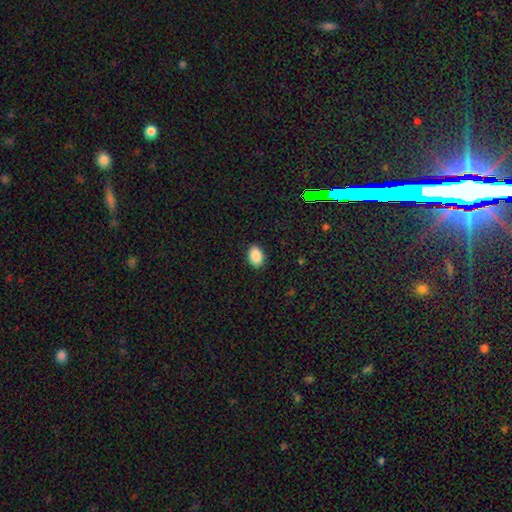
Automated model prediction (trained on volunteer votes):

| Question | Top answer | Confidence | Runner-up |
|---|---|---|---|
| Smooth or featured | smooth | 88% | star or artifact (8%) |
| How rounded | in between | 86% | round (13%) |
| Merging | none | 89% | minor disturbance (8%) |